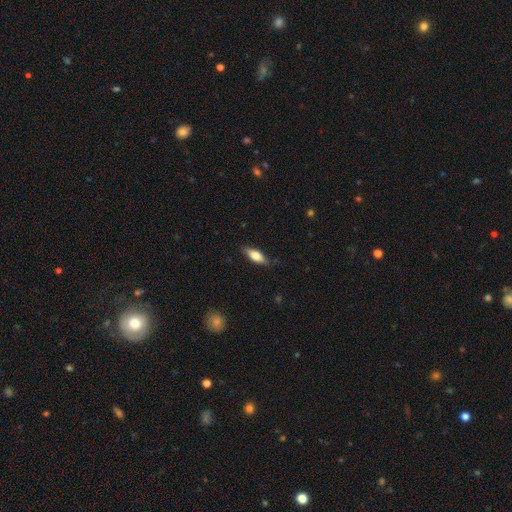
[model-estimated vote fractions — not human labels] This is likely a smooth galaxy (63%). How rounded: likely in between (66%). Merging: clearly none (81%).